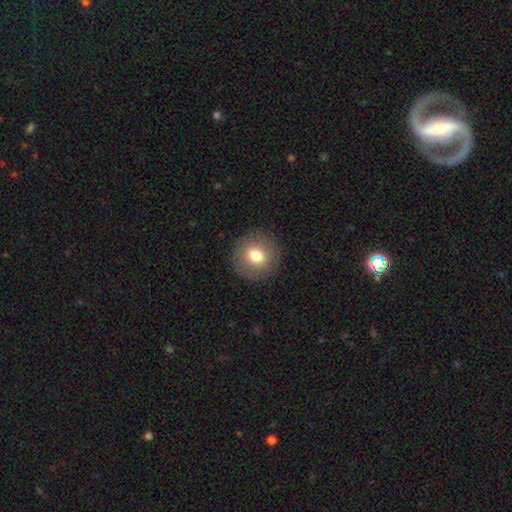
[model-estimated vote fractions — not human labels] Q: Smooth or featured?
A: smooth (77%); runner-up: featured or disk (13%)
Q: How rounded?
A: round (93%); runner-up: in between (6%)
Q: Merging?
A: none (91%); runner-up: minor disturbance (6%)